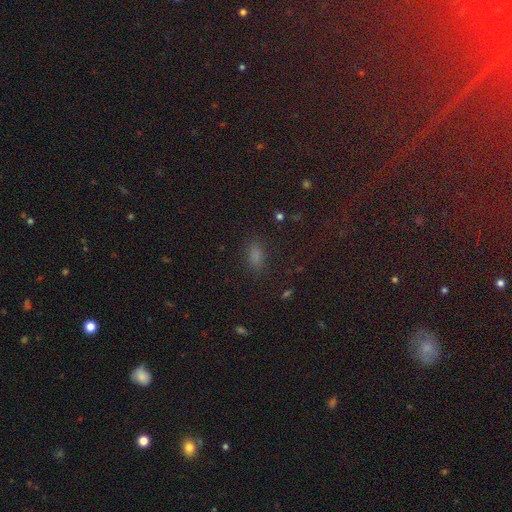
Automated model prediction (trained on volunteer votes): A smooth galaxy with no disk features (76%) that is in between round and cigar-shaped (86%).

Vote fractions:
- Smooth or featured? smooth: 76% / star or artifact: 19% / featured or disk: 5%
- How rounded? in between: 86% / round: 9% / cigar-shaped: 5%
- Merging? none: 82% / minor disturbance: 12% / major disturbance: 4% / merger: 2%